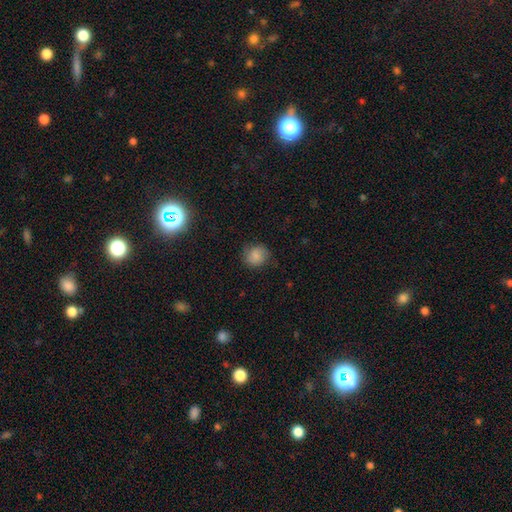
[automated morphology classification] type=smooth (81%); roundness=round (81%); merging=none (75%).